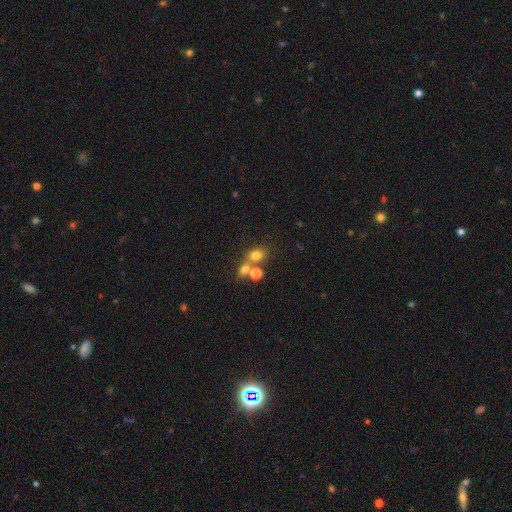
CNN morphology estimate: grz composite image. It shows a smooth galaxy with no disk features (71%) that is round (58%). Merging: none (45%).